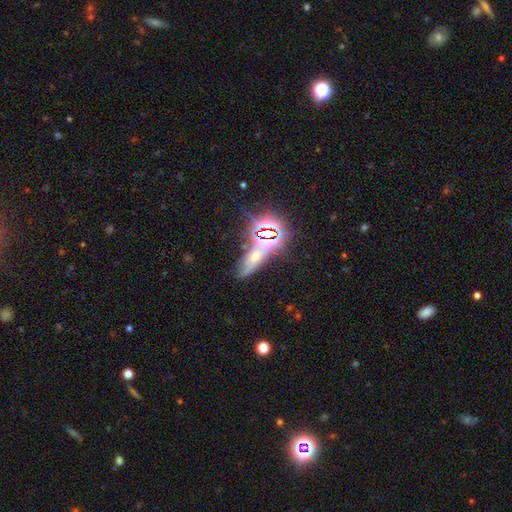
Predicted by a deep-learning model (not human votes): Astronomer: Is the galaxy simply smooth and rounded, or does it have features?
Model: star or artifact — 48% (runner-up: smooth, 28%).